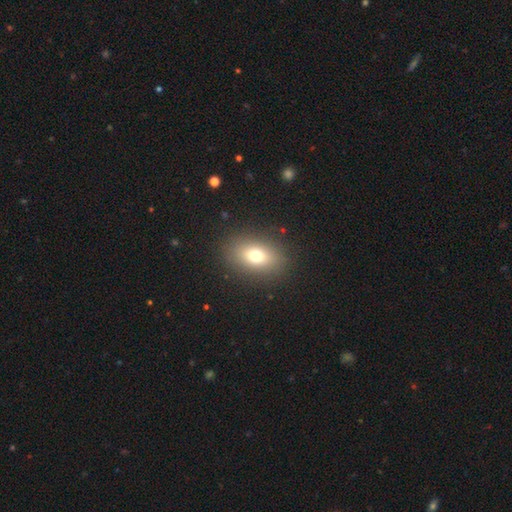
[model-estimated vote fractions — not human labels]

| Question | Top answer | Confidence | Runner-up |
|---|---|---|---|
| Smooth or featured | smooth | 73% | featured or disk (14%) |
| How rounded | in between | 76% | round (22%) |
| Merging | none | 87% | minor disturbance (8%) |